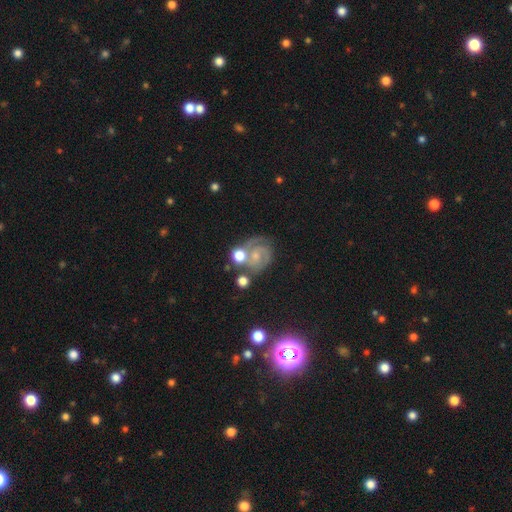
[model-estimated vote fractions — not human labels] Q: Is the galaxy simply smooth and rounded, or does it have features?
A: featured or disk — 76%.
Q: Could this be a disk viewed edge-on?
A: no — 98%.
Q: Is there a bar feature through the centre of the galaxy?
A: no — 59%.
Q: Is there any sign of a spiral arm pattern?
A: yes — 94%.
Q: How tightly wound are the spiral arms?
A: tight — 49%.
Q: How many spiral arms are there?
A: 2 — 66%.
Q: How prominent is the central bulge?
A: small — 58%.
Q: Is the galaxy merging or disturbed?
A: none — 54%.